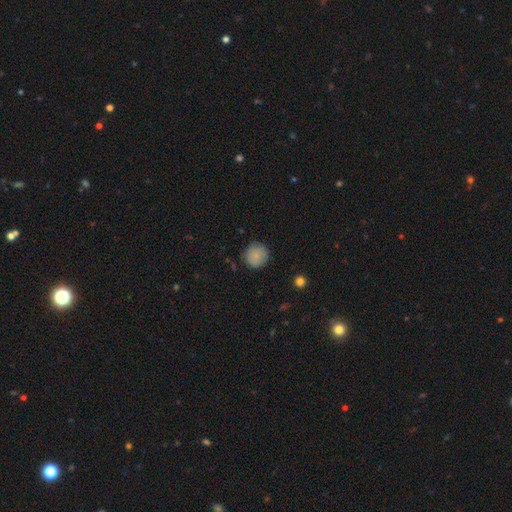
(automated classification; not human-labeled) Q: Smooth or featured?
A: smooth (86%); runner-up: star or artifact (8%)
Q: How rounded?
A: round (94%); runner-up: in between (6%)
Q: Merging?
A: none (85%); runner-up: minor disturbance (11%)